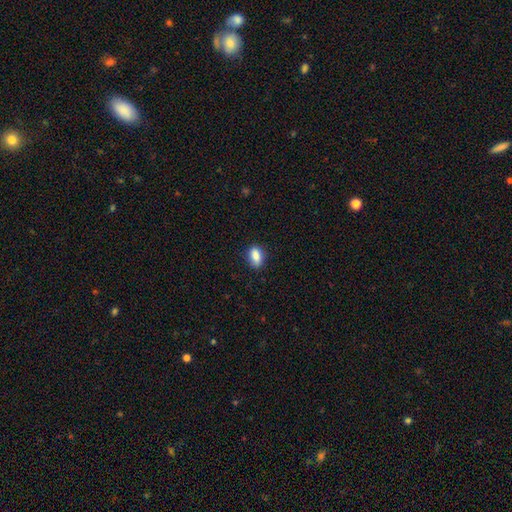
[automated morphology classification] Smooth or featured: smooth — 86% (star or artifact — 8%)
How rounded: in between — 84% (round — 9%)
Merging: none — 85% (minor disturbance — 11%)